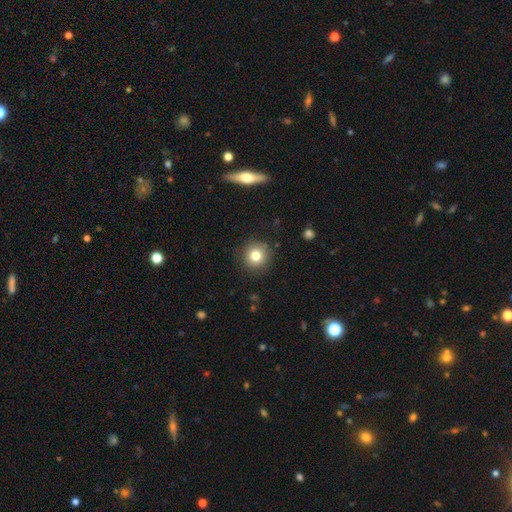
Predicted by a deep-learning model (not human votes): Overall: smooth (80%). How rounded: round (94%). Merging: none (89%).